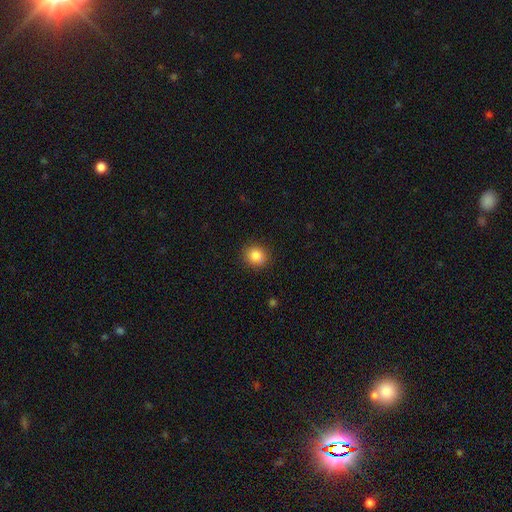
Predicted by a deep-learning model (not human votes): Smooth or featured: smooth — 85% (star or artifact — 10%)
How rounded: round — 84% (in between — 15%)
Merging: none — 88% (minor disturbance — 8%)